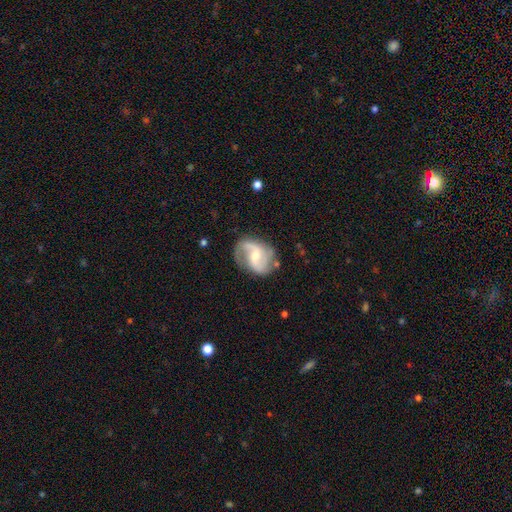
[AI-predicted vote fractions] A featured or disk galaxy (84%) with a weak bar (47%), 2 (83%) medium (45%) spiral arms (95%) and a moderate central bulge (48%). Merging: none (69%).